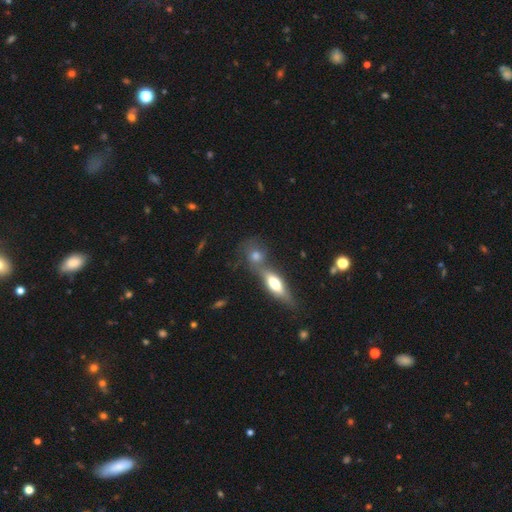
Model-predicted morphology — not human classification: Smooth or featured?
  - smooth: 62% *
  - featured or disk: 25%
  - star or artifact: 13%
How rounded?
  - round: 53% *
  - in between: 35%
  - cigar-shaped: 12%
Merging?
  - none: 45% *
  - merger: 39%
  - minor disturbance: 11%
  - major disturbance: 5%